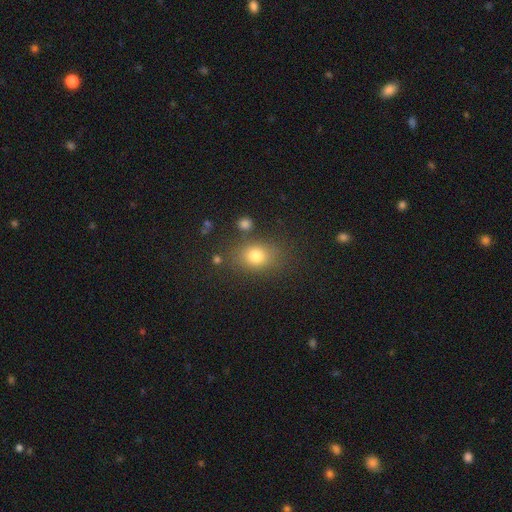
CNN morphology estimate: smooth_or_featured: smooth (p=0.77) [alt: star or artifact p=0.14]
how_rounded: in between (p=0.56) [alt: round p=0.43]
merging: none (p=0.76) [alt: minor disturbance p=0.13]